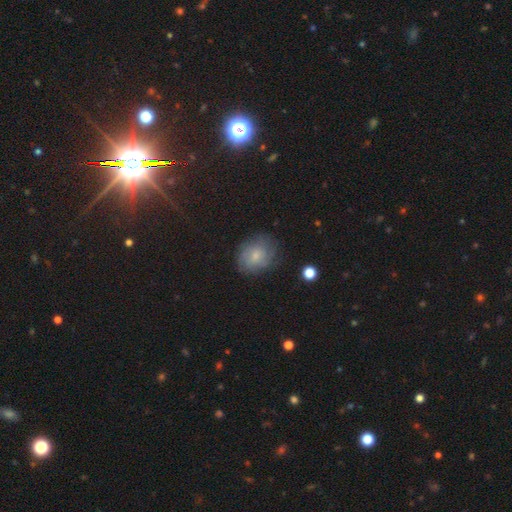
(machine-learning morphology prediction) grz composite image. It shows a smooth galaxy with no disk features (58%) that is round (60%). Merging: none (73%).